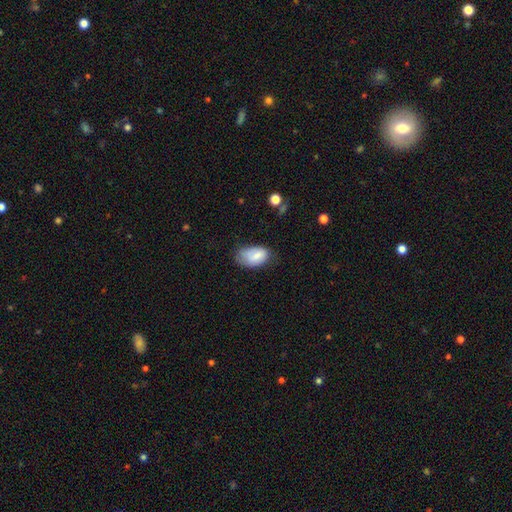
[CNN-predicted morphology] Overall: smooth (77%). How rounded: in between (93%). Merging: none (49%; minor disturbance 37%).